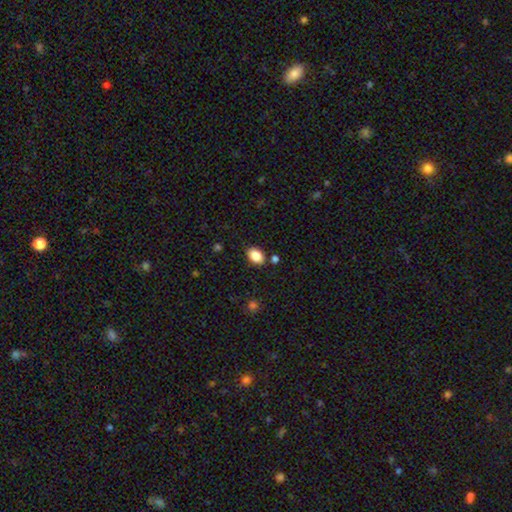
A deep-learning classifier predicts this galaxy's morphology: Smooth or featured: smooth — 86% (star or artifact — 8%)
How rounded: in between — 84% (round — 15%)
Merging: none — 84% (minor disturbance — 10%)